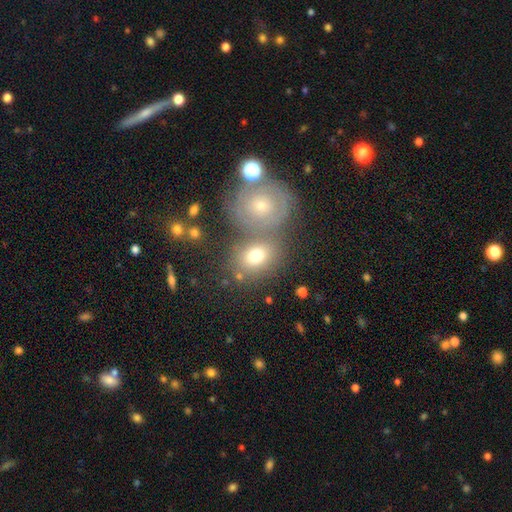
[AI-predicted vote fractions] Overall: smooth (64%). How rounded: round (50%; in between 48%). Merging: none (53%; merger 30%).